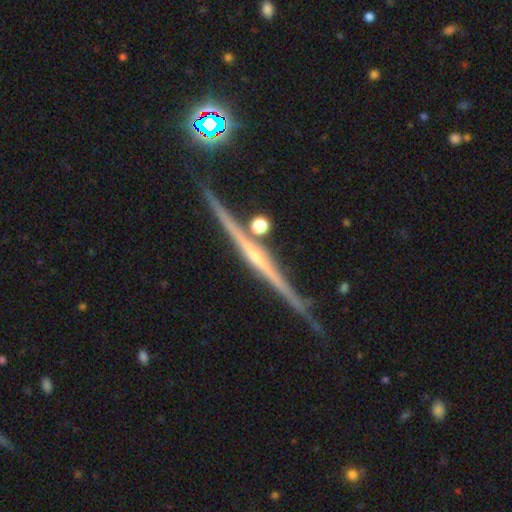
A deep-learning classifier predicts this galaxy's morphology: The model was most divided on "edge-on bulge": rounded: 55%, none: 38%, boxy: 7%. More confident: edge-on disk — yes (98%); merging — none (85%); smooth or featured — featured or disk (82%).